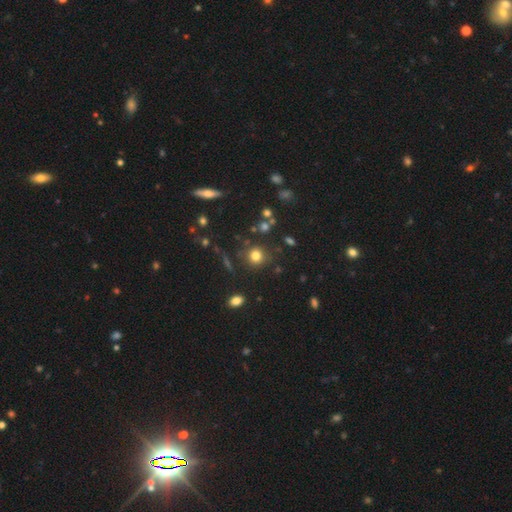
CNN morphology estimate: Overall: smooth (77%). How rounded: round (89%). Merging: none (82%).